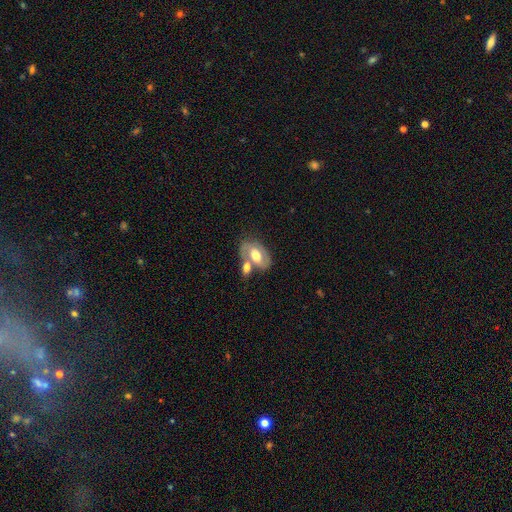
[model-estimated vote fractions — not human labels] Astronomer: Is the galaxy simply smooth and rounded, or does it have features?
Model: featured or disk — 57% (runner-up: smooth, 37%).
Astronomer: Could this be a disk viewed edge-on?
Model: no — 93%.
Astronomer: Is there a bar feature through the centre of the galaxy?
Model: no — 48% (runner-up: weak, 35%).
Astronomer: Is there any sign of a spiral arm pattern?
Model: yes — 60% (runner-up: no, 40%).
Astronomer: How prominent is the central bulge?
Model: moderate — 66%.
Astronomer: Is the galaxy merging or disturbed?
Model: merger — 43% (runner-up: none, 36%).